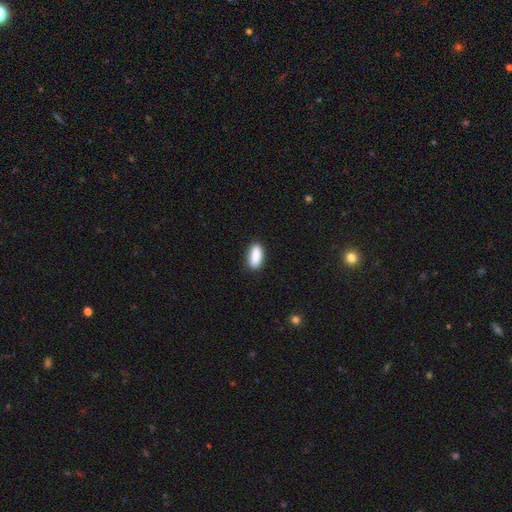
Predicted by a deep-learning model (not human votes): A smooth galaxy with no disk features (88%) that is in between round and cigar-shaped (80%). Merging: none (85%).